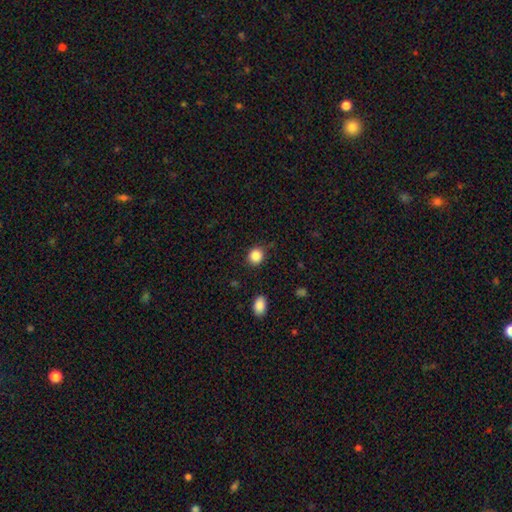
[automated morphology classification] Smooth or featured: smooth — 86% (star or artifact — 10%)
How rounded: round — 82% (in between — 17%)
Merging: none — 80% (minor disturbance — 14%)